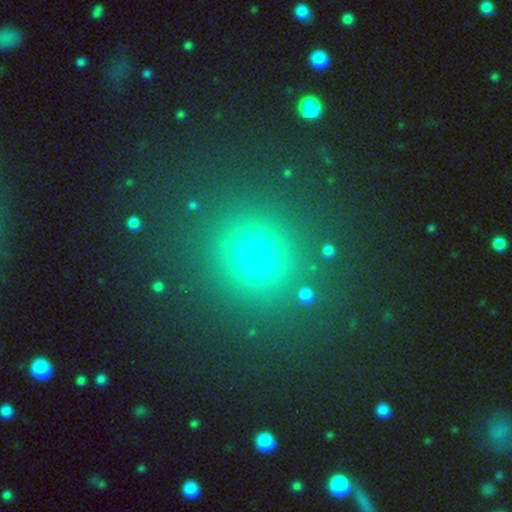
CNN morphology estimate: Smooth or featured: smooth — 70% (star or artifact — 23%)
How rounded: round — 88% (in between — 11%)
Merging: none — 83% (minor disturbance — 8%)